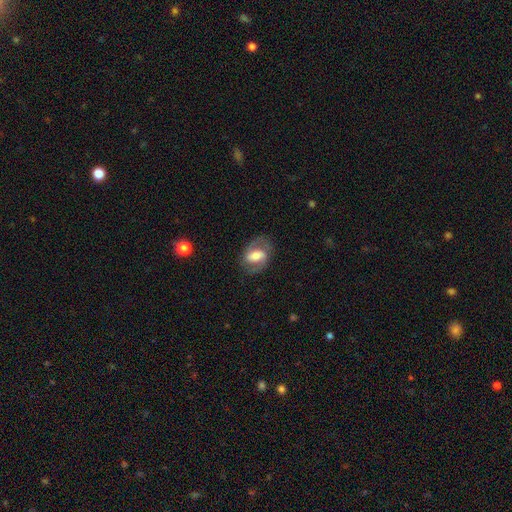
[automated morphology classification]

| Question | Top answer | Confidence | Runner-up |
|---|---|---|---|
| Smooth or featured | featured or disk | 62% | smooth (32%) |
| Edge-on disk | no | 95% | yes (5%) |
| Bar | weak | 39% | strong (35%) |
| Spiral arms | yes | 79% | no (21%) |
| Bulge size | moderate | 49% | large (24%) |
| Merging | none | 74% | minor disturbance (15%) |